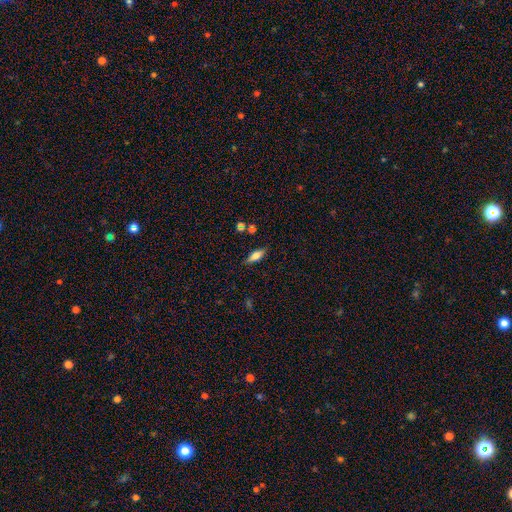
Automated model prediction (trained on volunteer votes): Overall: smooth (64%; featured or disk 27%). How rounded: in between (62%; cigar-shaped 36%). Merging: none (84%).